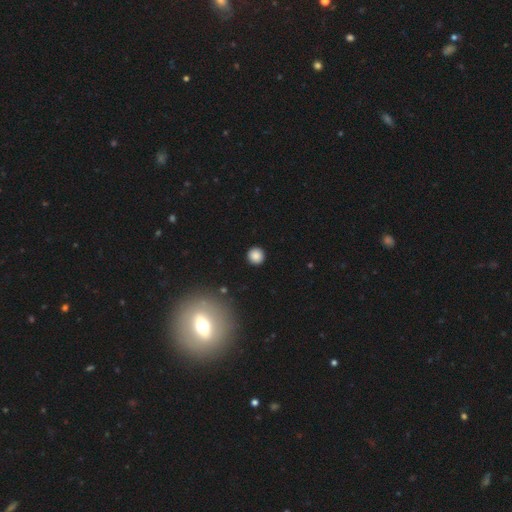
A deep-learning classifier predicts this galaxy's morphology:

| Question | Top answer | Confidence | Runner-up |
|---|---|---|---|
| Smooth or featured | smooth | 86% | star or artifact (10%) |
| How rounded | round | 95% | in between (4%) |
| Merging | none | 92% | minor disturbance (5%) |